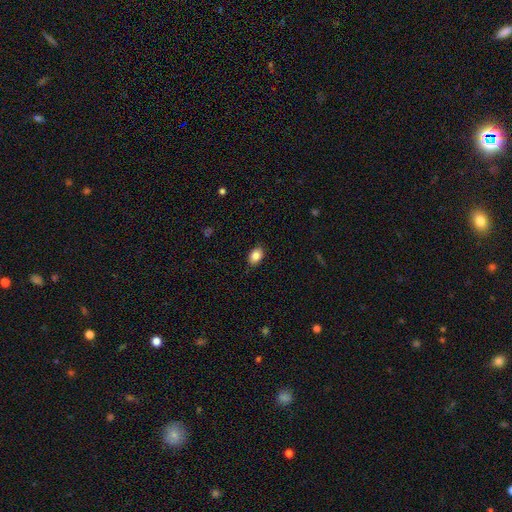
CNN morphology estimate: smooth 85%, star or artifact 8%, featured or disk 7%. Down the decision tree: how rounded — in between (83%); merging — none (87%).